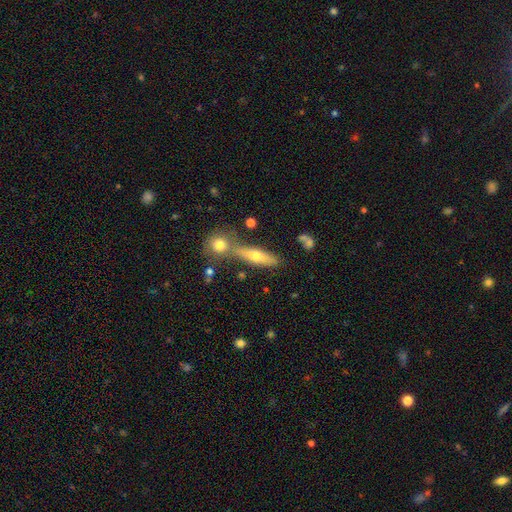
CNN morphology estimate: Smooth or featured: smooth — 57% (featured or disk — 35%)
How rounded: cigar-shaped — 67% (in between — 29%)
Merging: none — 64% (merger — 21%)